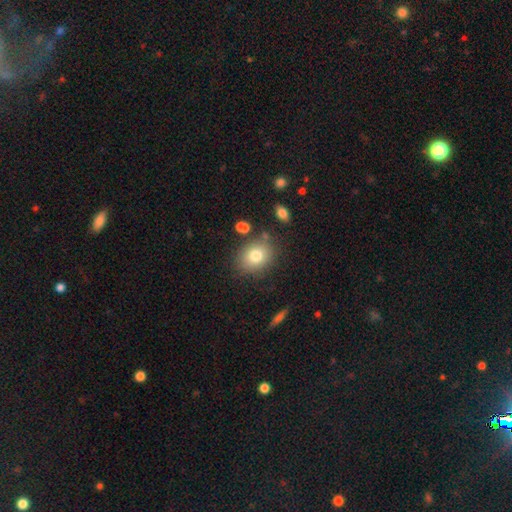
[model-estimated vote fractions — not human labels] smooth-or-featured: smooth: 78% | featured or disk: 12% | star or artifact: 10%
  how-rounded: in between: 53% | round: 46% | cigar-shaped: 1%
  merging: none: 80% | minor disturbance: 12% | merger: 5% | major disturbance: 4%